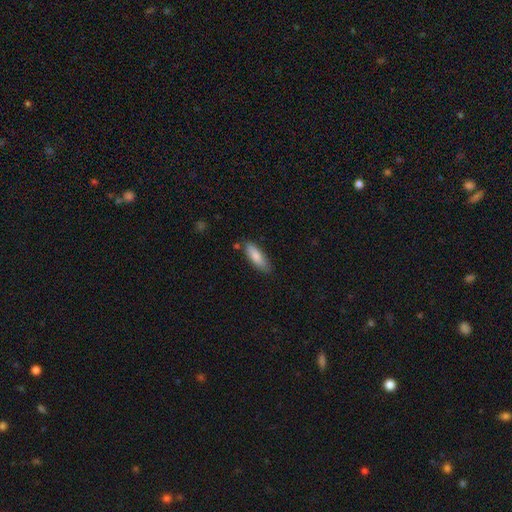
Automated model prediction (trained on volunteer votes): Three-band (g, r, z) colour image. It shows a smooth galaxy with no disk features (84%) that is in between round and cigar-shaped (51%). Merging: none (77%).